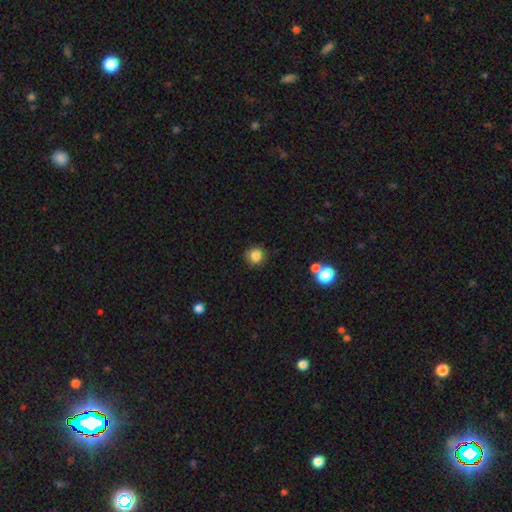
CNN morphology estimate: Smooth or featured?
  - smooth: 83% *
  - star or artifact: 11%
  - featured or disk: 6%
How rounded?
  - round: 89% *
  - in between: 10%
  - cigar-shaped: 1%
Merging?
  - none: 83% *
  - minor disturbance: 12%
  - major disturbance: 3%
  - merger: 3%